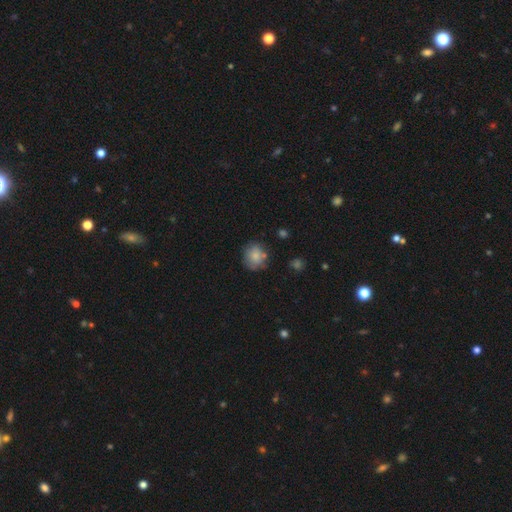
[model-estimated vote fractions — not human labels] This appears to be a smooth galaxy with no disk features (80%) that is round (77%). Merging: none (68%).